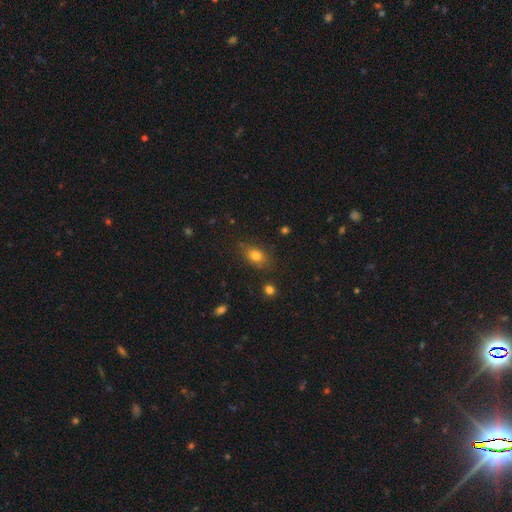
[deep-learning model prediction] Smooth or featured? smooth (79%)
How rounded? in between (72%)
Merging? none (79%)